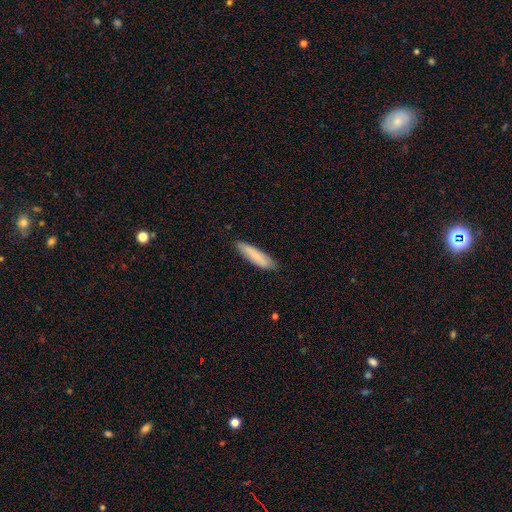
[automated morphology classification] type=smooth (78%); roundness=cigar-shaped (75%); merging=none (84%).